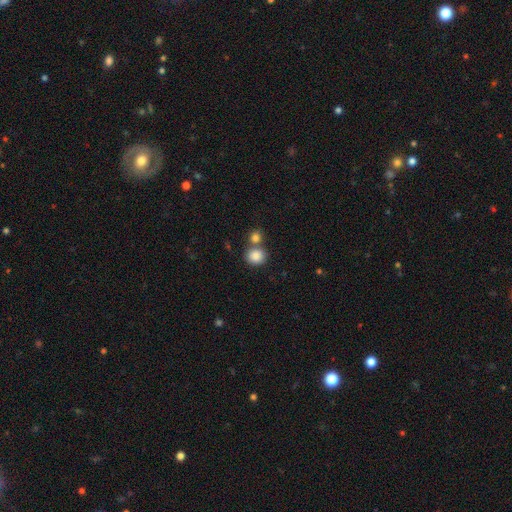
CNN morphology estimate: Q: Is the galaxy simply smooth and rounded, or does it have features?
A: smooth — 85%.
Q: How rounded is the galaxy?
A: round — 82%.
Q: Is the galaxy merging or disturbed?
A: none — 59%.